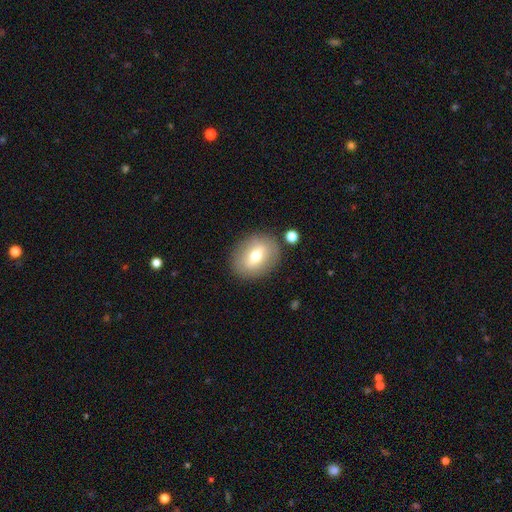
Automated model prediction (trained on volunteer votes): This appears to be a smooth galaxy with no disk features (60%) that is in between round and cigar-shaped (56%). Merging: none (83%).